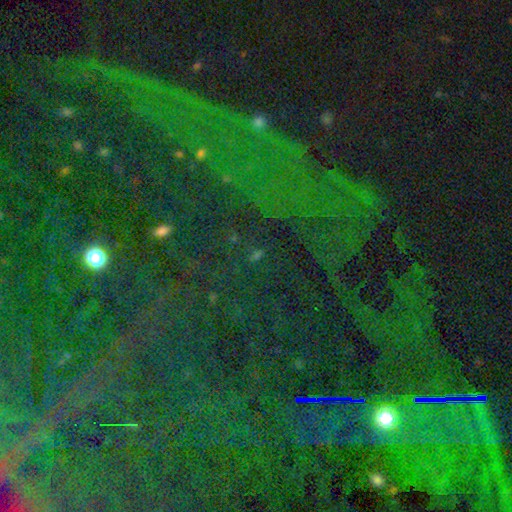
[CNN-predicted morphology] Smooth or featured? Predicted: star or artifact (p=0.70).